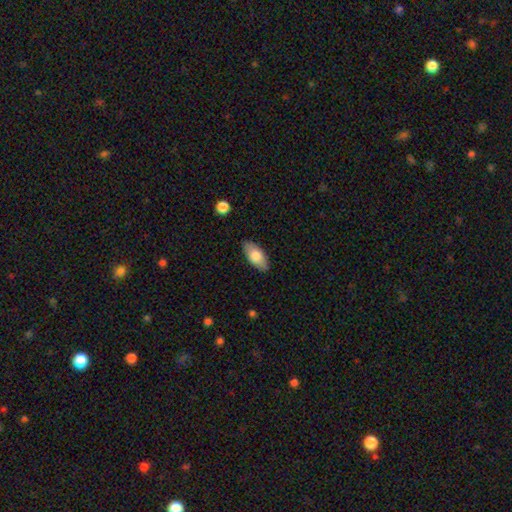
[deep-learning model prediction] Morphology: type=smooth (76%); roundness=in between (92%); merging=none (85%).